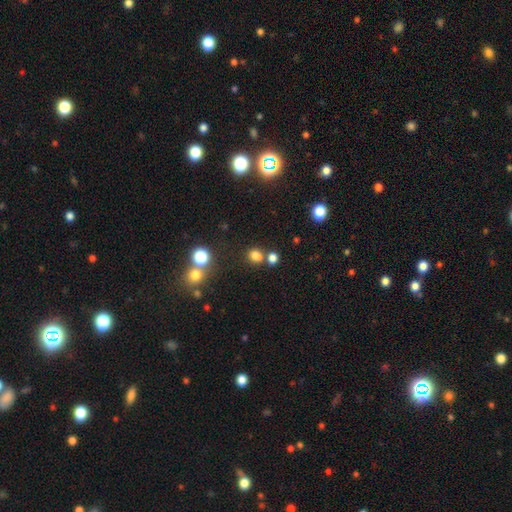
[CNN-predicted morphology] Smooth or featured: smooth — 75% (star or artifact — 18%)
How rounded: round — 71% (in between — 28%)
Merging: none — 63% (merger — 23%)